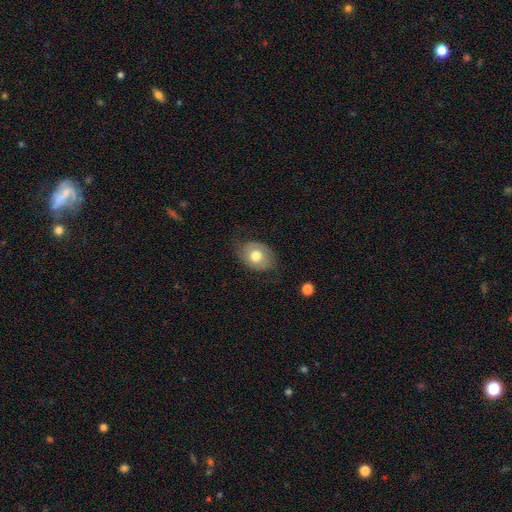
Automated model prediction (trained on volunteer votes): Smooth or featured? Predicted: smooth (p=0.62). How rounded? Predicted: in between (p=0.67). Merging? Predicted: none (p=0.63).